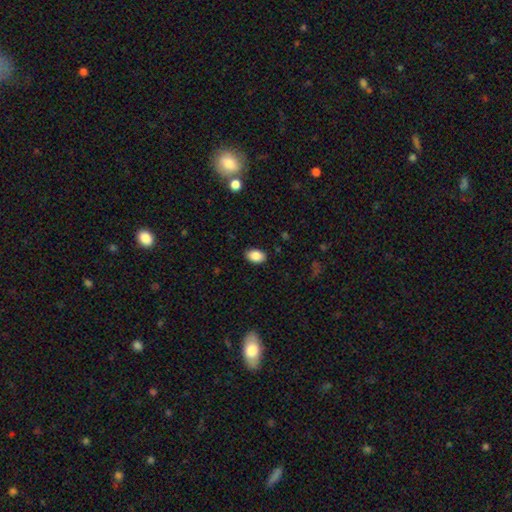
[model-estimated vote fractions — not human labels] Overall: smooth (88%). How rounded: in between (89%). Merging: none (88%).